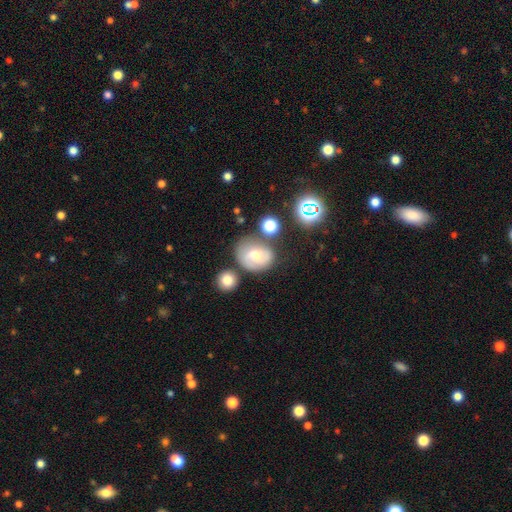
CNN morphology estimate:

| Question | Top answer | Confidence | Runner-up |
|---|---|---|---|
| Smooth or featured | smooth | 51% | featured or disk (38%) |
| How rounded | round | 58% | in between (41%) |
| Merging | none | 56% | minor disturbance (23%) |